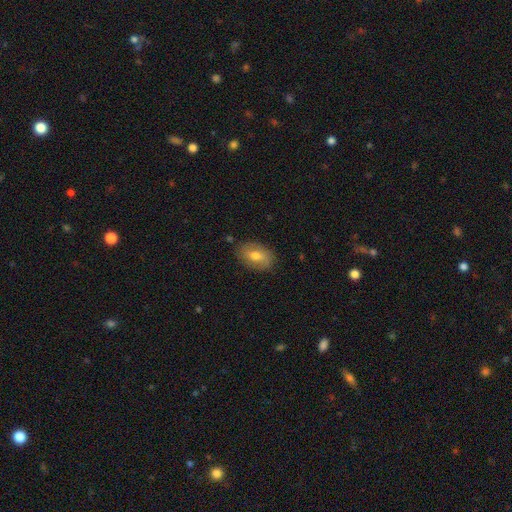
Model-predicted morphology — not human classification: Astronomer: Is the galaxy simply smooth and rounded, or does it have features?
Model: smooth — 64%.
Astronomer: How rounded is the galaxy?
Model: in between — 87%.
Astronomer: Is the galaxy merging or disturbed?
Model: none — 81%.